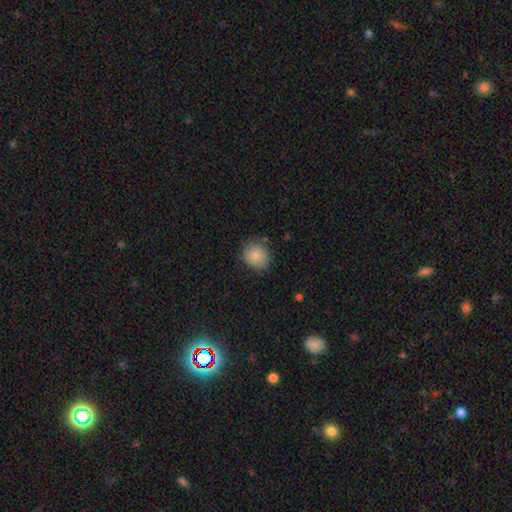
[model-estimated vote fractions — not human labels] This is clearly a smooth galaxy (81%). How rounded: likely round (77%). Merging: likely none (79%).